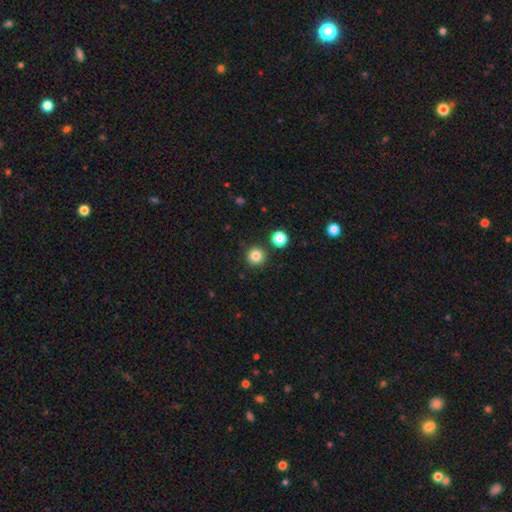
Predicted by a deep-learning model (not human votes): This is clearly a smooth galaxy (84%). How rounded: clearly round (95%). Merging: clearly none (89%).